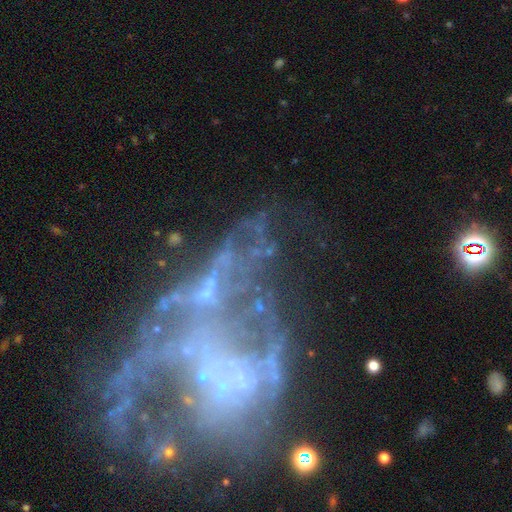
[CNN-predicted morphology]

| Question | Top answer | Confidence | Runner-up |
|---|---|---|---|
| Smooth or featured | featured or disk | 64% | star or artifact (24%) |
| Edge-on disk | no | 96% | yes (4%) |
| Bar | no | 85% | weak (10%) |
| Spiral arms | no | 74% | yes (26%) |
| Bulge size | none | 70% | small (20%) |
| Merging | major disturbance | 38% | none (30%) |